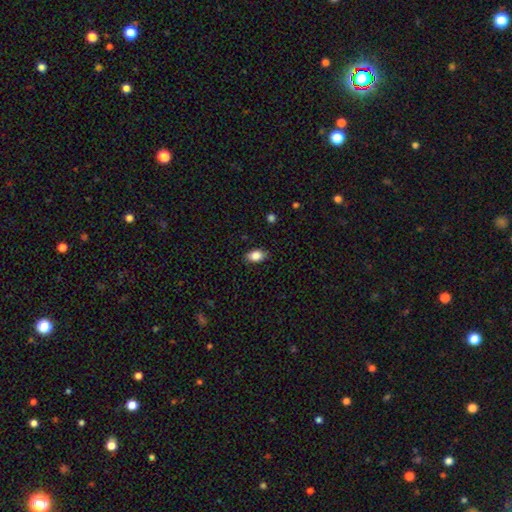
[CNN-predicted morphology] smooth 86%, star or artifact 8%, featured or disk 6%. Down the decision tree: how rounded — in between (89%); merging — none (87%).